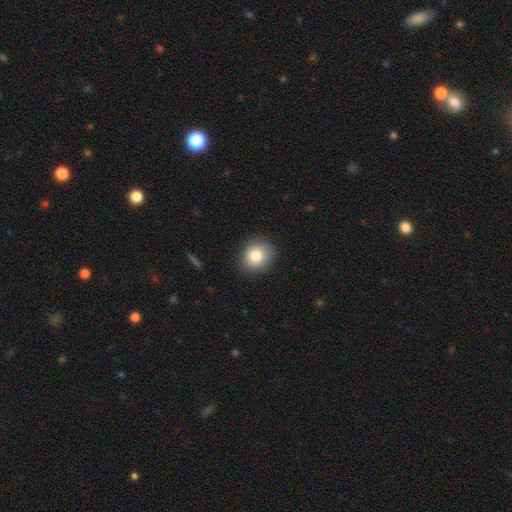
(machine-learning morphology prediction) The model was most divided on "how rounded": round: 75%, in between: 24%, cigar-shaped: 1%. More confident: merging — none (86%); smooth or featured — smooth (82%).